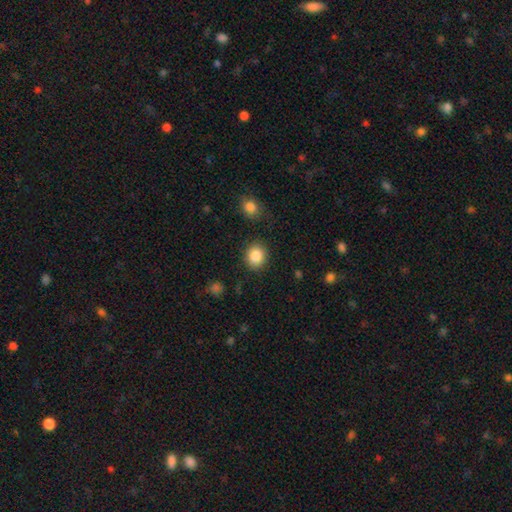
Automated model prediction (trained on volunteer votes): A smooth galaxy with no disk features (86%) that is round (78%). Merging: none (87%).